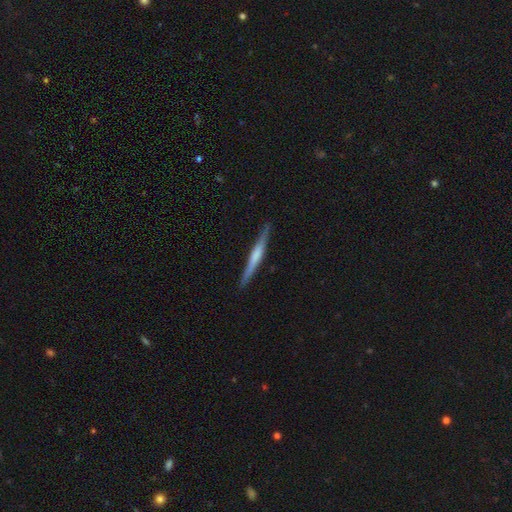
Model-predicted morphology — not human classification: Smooth or featured? featured or disk (60%)
Edge-on disk? yes (98%)
Edge-on bulge? rounded (39%)
Merging? none (90%)